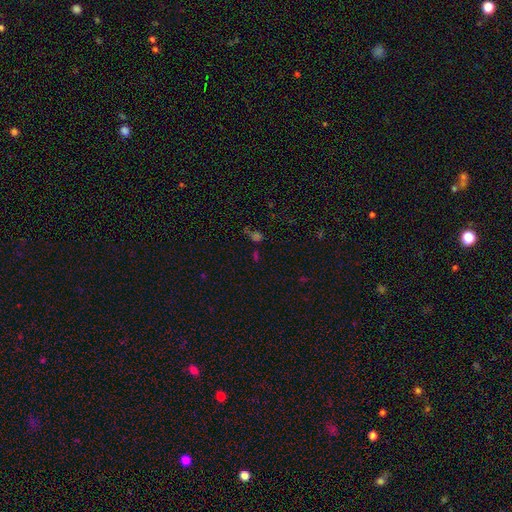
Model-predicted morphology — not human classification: Overall: star or artifact (51%; smooth 41%).